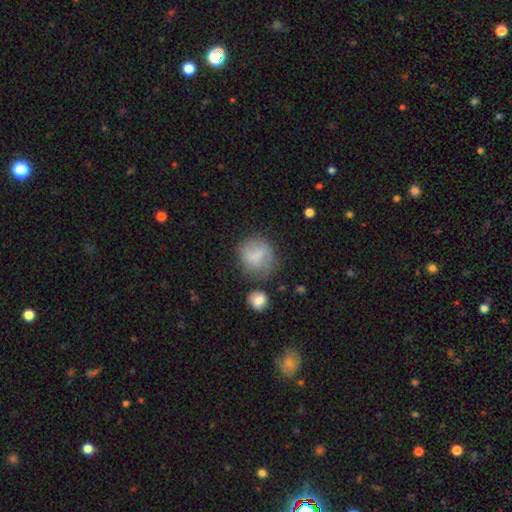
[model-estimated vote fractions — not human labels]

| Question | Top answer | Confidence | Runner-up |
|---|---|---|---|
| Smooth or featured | smooth | 70% | featured or disk (21%) |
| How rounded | round | 78% | in between (21%) |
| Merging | none | 59% | minor disturbance (24%) |